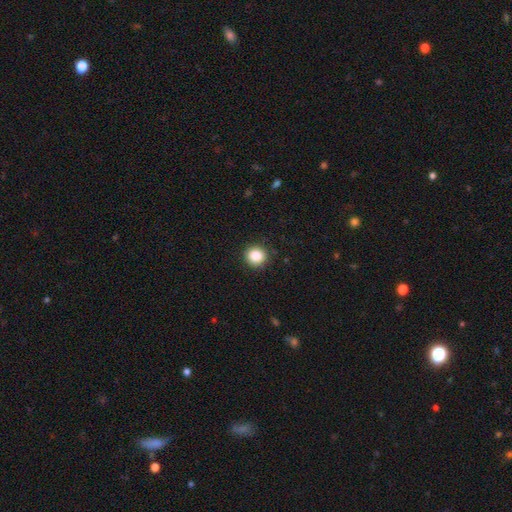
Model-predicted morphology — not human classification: A smooth galaxy with no disk features (86%) that is round (92%). Merging: none (91%).